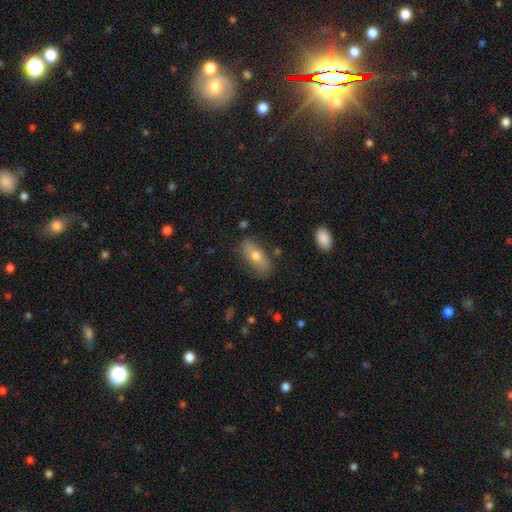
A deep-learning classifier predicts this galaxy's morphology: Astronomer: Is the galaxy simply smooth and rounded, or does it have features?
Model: smooth — 64%.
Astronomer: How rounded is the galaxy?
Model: in between — 78%.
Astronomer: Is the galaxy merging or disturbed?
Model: none — 79%.